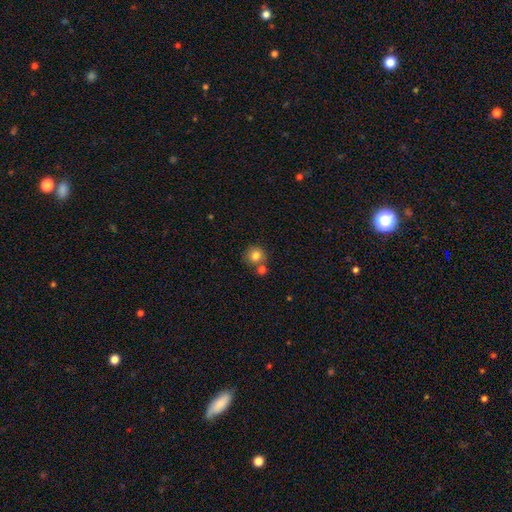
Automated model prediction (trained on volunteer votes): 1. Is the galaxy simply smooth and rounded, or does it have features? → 80% smooth, 11% star or artifact, 9% featured or disk.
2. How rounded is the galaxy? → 91% round, 9% in between, 1% cigar-shaped.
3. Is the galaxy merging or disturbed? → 66% none, 22% merger, 10% minor disturbance, 3% major disturbance.